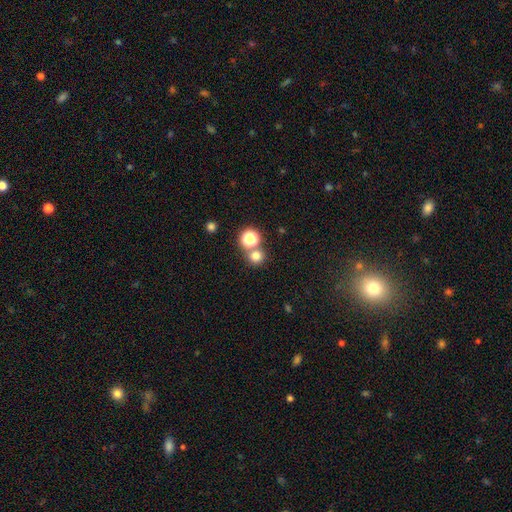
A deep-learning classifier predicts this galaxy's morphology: Smooth or featured: smooth — 74% (star or artifact — 19%)
How rounded: round — 90% (in between — 9%)
Merging: none — 66% (merger — 25%)